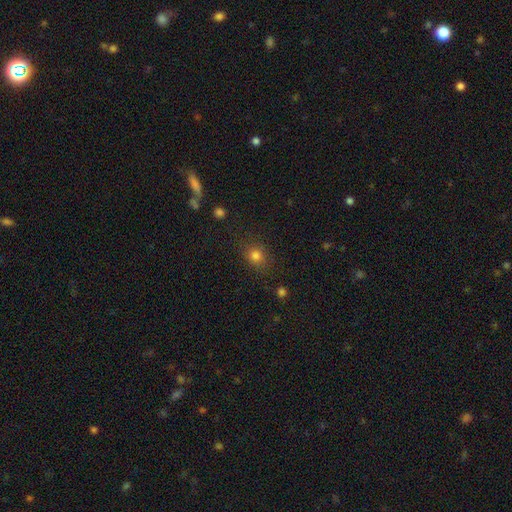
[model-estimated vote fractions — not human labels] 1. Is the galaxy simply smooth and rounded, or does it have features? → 81% smooth, 13% star or artifact, 6% featured or disk.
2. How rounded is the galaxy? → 73% round, 26% in between, 1% cigar-shaped.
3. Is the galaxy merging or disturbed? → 82% none, 12% minor disturbance, 4% major disturbance, 2% merger.